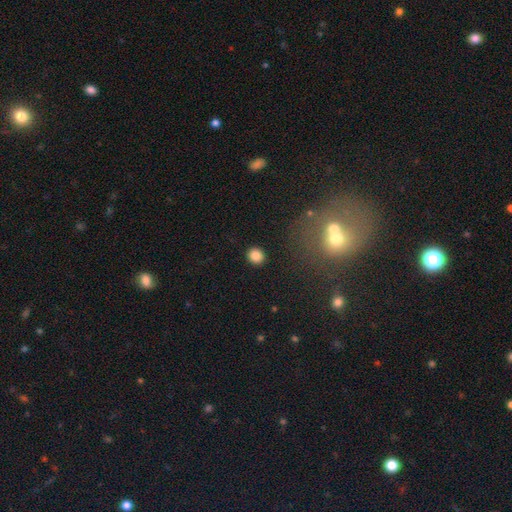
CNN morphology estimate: Smooth or featured? Predicted: smooth (p=0.84). How rounded? Predicted: round (p=0.84). Merging? Predicted: none (p=0.91).